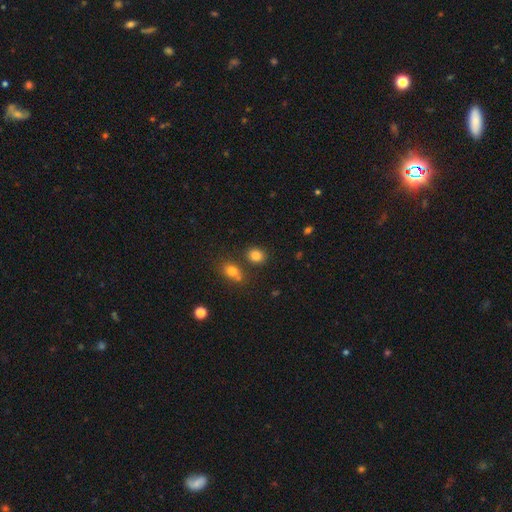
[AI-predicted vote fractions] Overall: smooth (82%). How rounded: round (61%; in between 38%). Merging: none (76%).